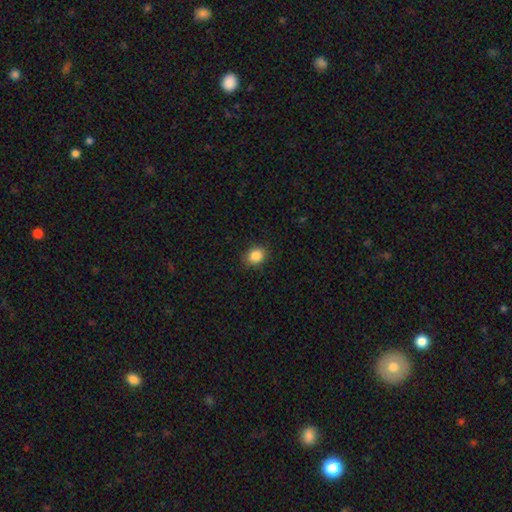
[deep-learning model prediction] Smooth or featured? smooth (87%)
How rounded? round (55%)
Merging? none (89%)